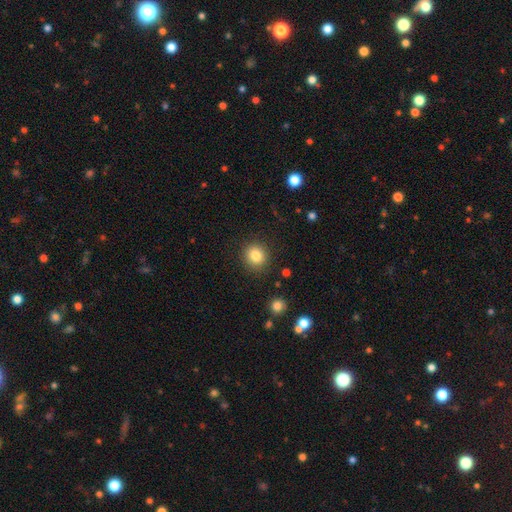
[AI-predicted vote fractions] Q: Smooth or featured?
A: smooth (83%); runner-up: star or artifact (10%)
Q: How rounded?
A: round (88%); runner-up: in between (11%)
Q: Merging?
A: none (89%); runner-up: minor disturbance (7%)